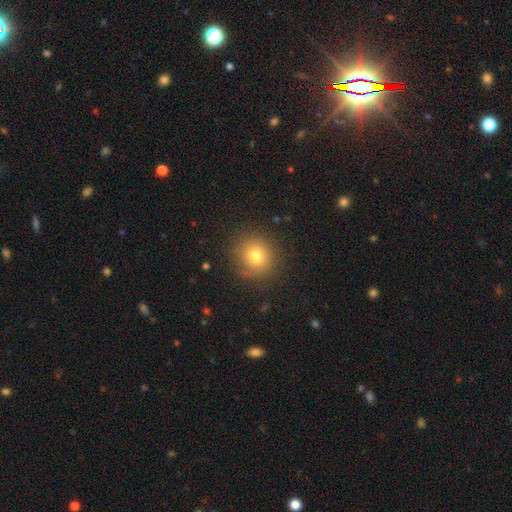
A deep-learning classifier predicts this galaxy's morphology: Overall: smooth (76%). How rounded: round (89%). Merging: none (86%).